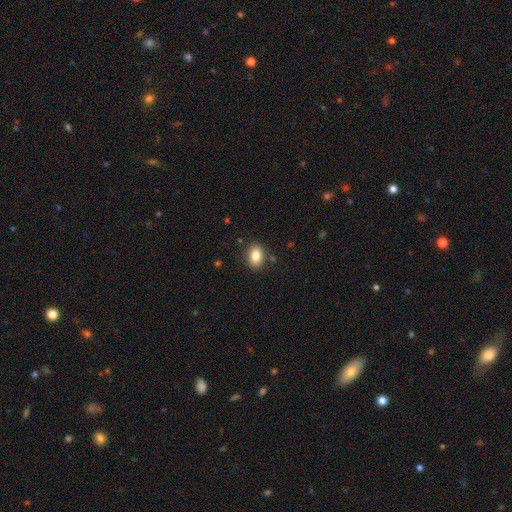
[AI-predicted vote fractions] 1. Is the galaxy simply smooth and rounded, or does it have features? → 83% smooth, 9% star or artifact, 8% featured or disk.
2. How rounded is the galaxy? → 80% in between, 19% round, 1% cigar-shaped.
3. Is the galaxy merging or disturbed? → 85% none, 10% minor disturbance, 2% major disturbance, 2% merger.